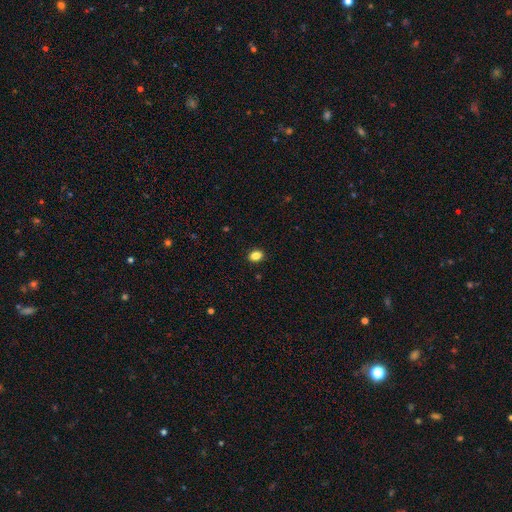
Q: Smooth or featured?
A: smooth (88%); runner-up: star or artifact (10%)
Q: How rounded?
A: in between (77%); runner-up: round (23%)
Q: Merging?
A: none (97%); runner-up: minor disturbance (3%)